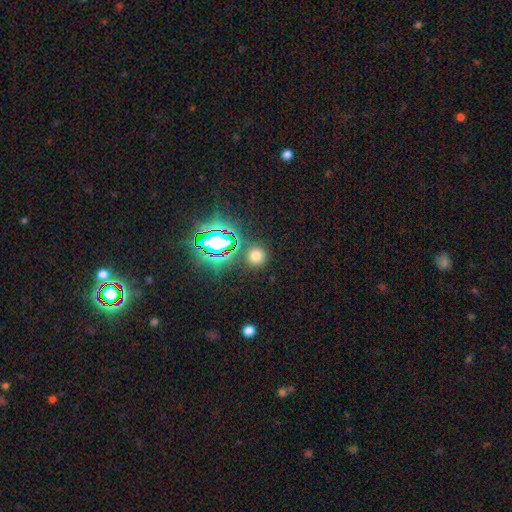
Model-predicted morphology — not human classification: Smooth or featured: smooth — 63% (star or artifact — 29%)
How rounded: round — 91% (in between — 7%)
Merging: none — 84% (minor disturbance — 8%)